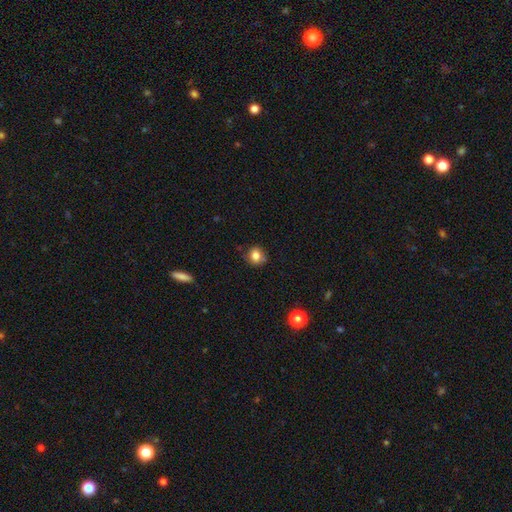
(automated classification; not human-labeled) smooth 81%, star or artifact 11%, featured or disk 8%. Down the decision tree: how rounded — round (79%); merging — none (77%).